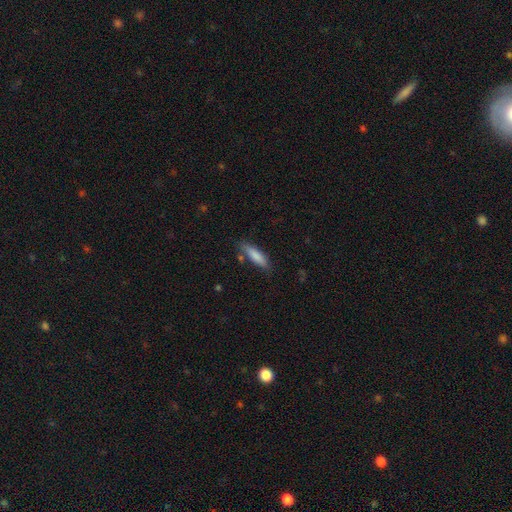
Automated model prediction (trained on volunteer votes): This appears to be a smooth galaxy with no disk features (83%) that is cigar-shaped (61%). Merging: none (73%).